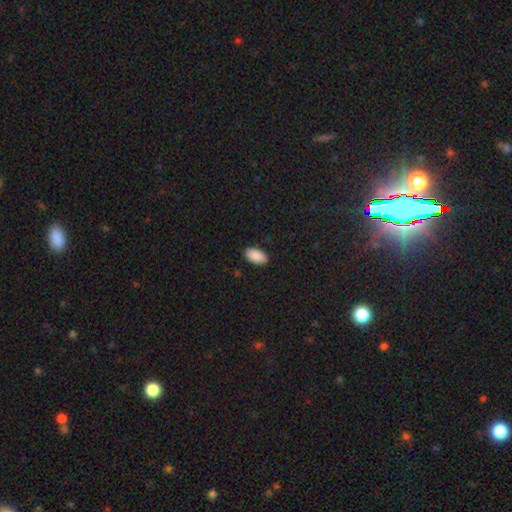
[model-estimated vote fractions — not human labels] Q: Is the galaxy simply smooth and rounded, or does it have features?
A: smooth — 91%.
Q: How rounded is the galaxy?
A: in between — 96%.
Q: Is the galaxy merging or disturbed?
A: none — 89%.